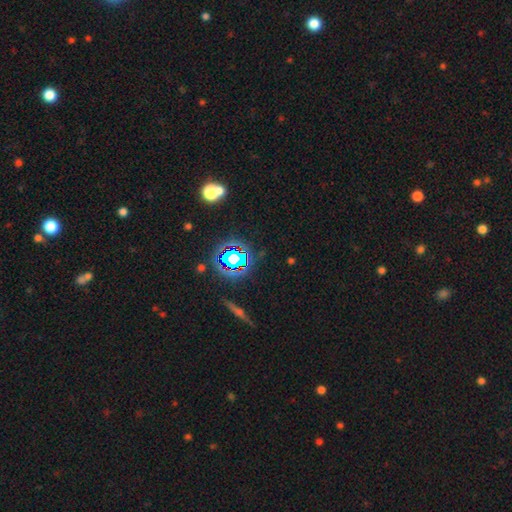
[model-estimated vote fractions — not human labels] Smooth or featured?
  - star or artifact: 73% *
  - smooth: 17%
  - featured or disk: 10%